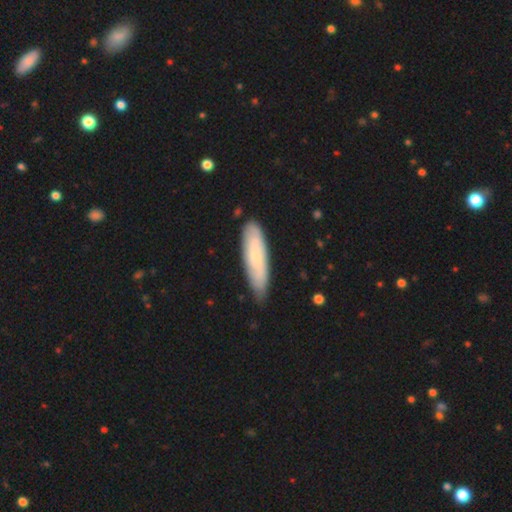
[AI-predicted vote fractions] smooth_or_featured: smooth (p=0.60) [alt: featured or disk p=0.35]
how_rounded: cigar-shaped (p=0.66) [alt: in between p=0.33]
merging: none (p=0.80) [alt: minor disturbance p=0.16]